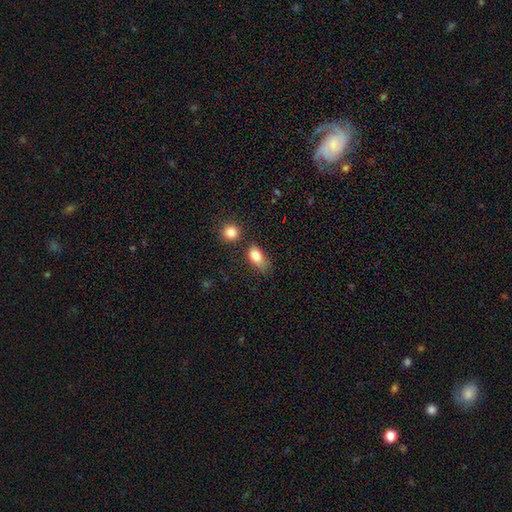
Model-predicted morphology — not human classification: This appears to be a smooth galaxy with no disk features (82%) that is in between round and cigar-shaped (85%). Merging: none (48%).